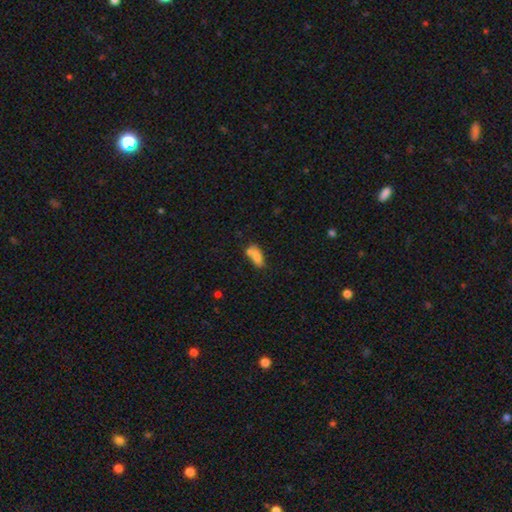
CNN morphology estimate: smooth-or-featured: smooth: 71% | featured or disk: 20% | star or artifact: 10%
  how-rounded: in between: 81% | cigar-shaped: 10% | round: 9%
  merging: merger: 46% | none: 33% | minor disturbance: 14% | major disturbance: 7%